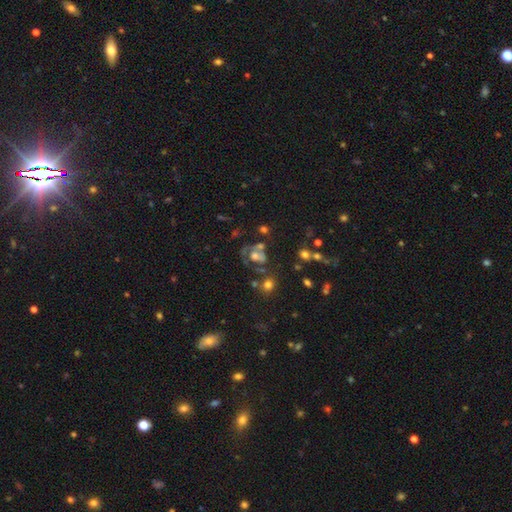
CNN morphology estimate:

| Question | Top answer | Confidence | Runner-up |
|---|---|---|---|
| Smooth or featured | featured or disk | 48% | smooth (36%) |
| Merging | none | 34% | major disturbance (26%) |